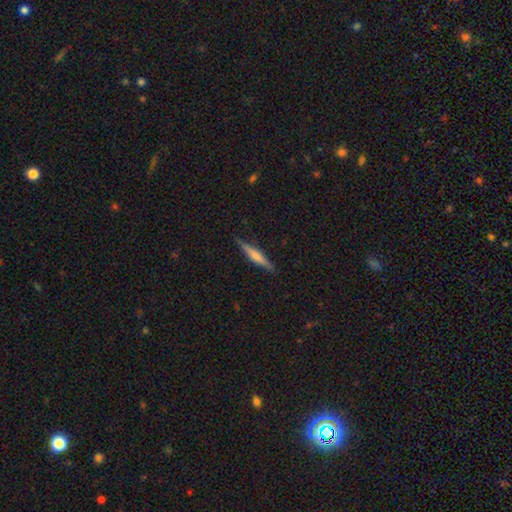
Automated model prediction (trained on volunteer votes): Smooth or featured? featured or disk (49%)
Merging? none (89%)